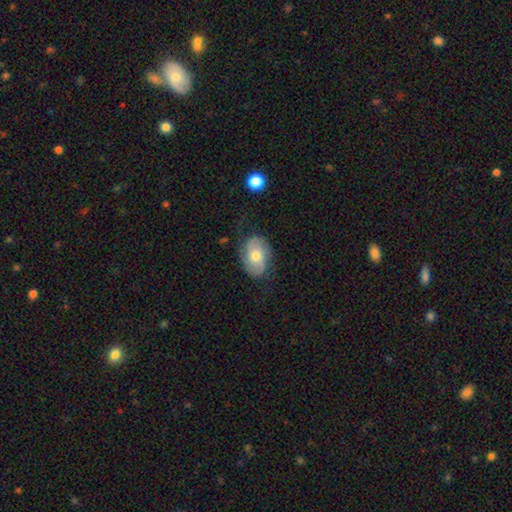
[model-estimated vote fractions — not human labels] smooth-or-featured: smooth: 53% | featured or disk: 40% | star or artifact: 7%
  how-rounded: in between: 79% | round: 20% | cigar-shaped: 1%
  merging: none: 69% | minor disturbance: 21% | major disturbance: 9% | merger: 1%